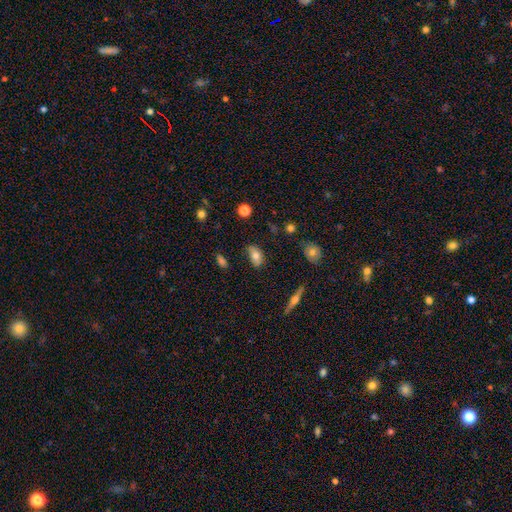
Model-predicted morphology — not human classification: Overall: smooth (73%). How rounded: in between (89%). Merging: none (73%).